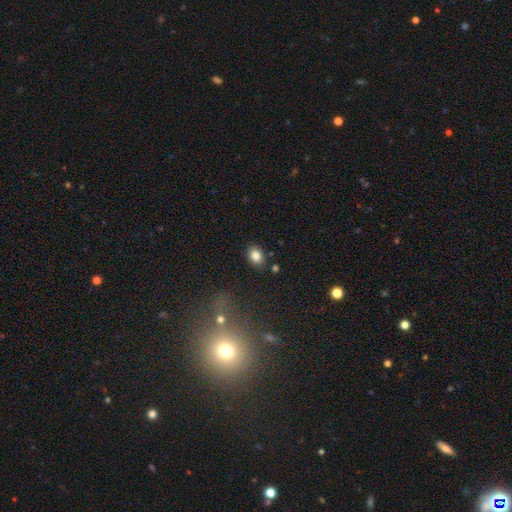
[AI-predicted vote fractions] This is clearly a smooth galaxy (83%). How rounded: likely in between (68%). Merging: clearly none (83%).